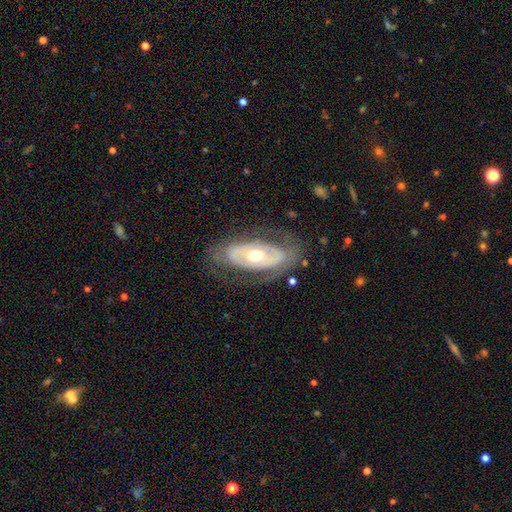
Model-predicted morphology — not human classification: Smooth or featured? Predicted: featured or disk (p=0.72). Edge-on disk? Predicted: no (p=0.89). Bar? Predicted: no (p=0.74). Spiral arms? Predicted: no (p=0.55). Bulge size? Predicted: moderate (p=0.72). Merging? Predicted: none (p=0.71).